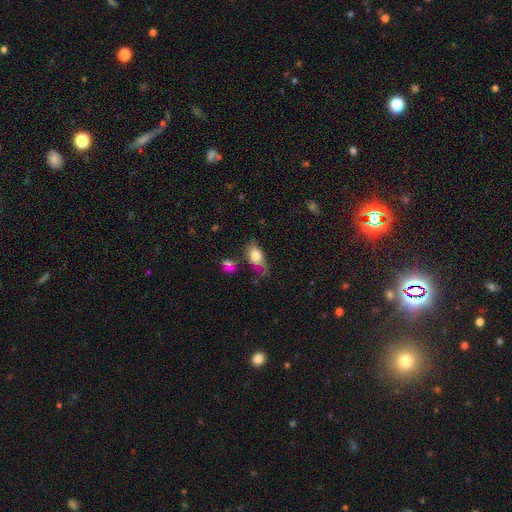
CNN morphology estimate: This is likely a smooth galaxy (76%). How rounded: clearly in between (87%). Merging: marginally none (43%).